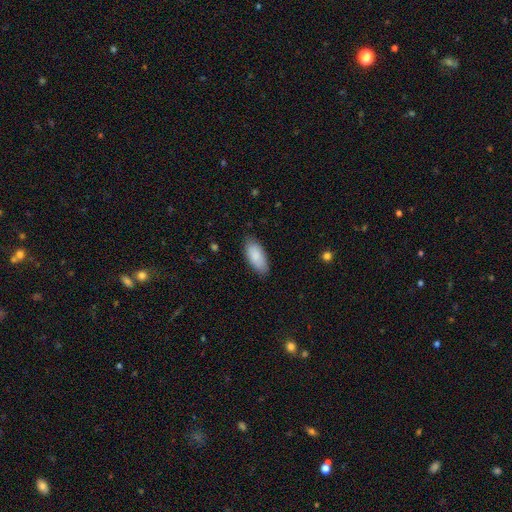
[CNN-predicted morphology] This is clearly a smooth galaxy (87%). How rounded: clearly in between (88%). Merging: clearly none (82%).